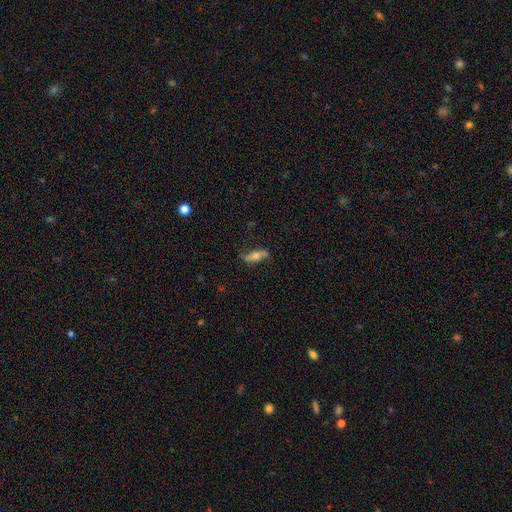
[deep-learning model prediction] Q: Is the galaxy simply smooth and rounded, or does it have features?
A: featured or disk — 60%.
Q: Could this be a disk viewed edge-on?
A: no — 70%.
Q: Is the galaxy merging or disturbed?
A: none — 73%.